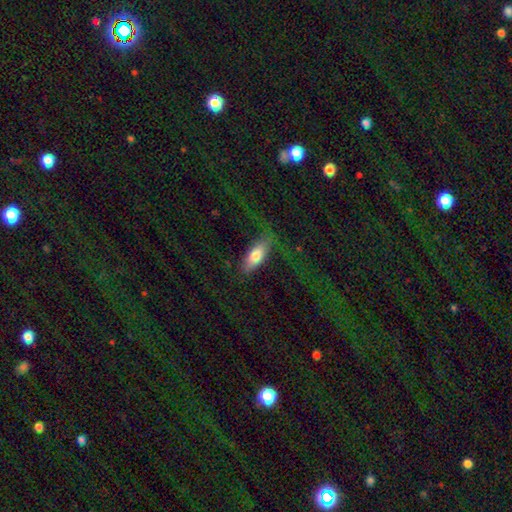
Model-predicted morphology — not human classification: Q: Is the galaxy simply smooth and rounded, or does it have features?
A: smooth — 72%.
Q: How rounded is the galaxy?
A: in between — 70%.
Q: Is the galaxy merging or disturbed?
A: none — 62%.